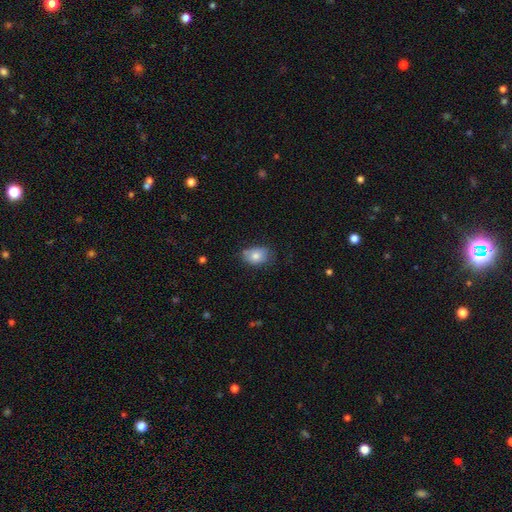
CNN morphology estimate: Overall: smooth (79%). How rounded: in between (80%). Merging: none (60%; minor disturbance 31%).